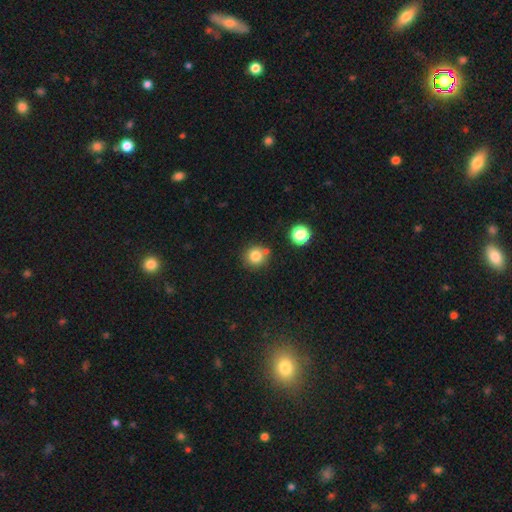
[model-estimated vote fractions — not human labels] smooth-or-featured: smooth: 81% | star or artifact: 12% | featured or disk: 7%
  how-rounded: round: 92% | in between: 7% | cigar-shaped: 1%
  merging: none: 73% | merger: 13% | minor disturbance: 10% | major disturbance: 3%